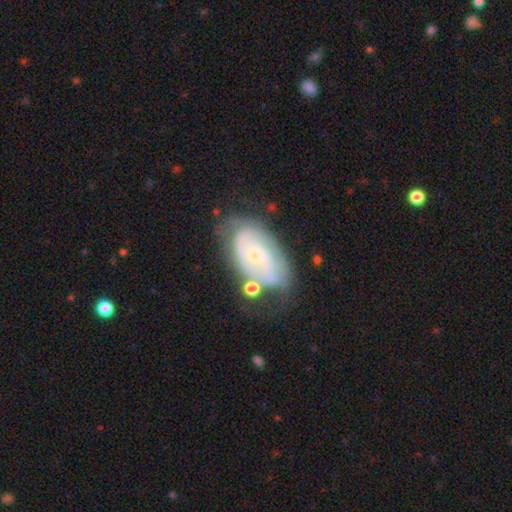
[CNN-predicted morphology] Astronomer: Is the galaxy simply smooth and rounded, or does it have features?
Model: featured or disk — 76%.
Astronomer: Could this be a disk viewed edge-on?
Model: no — 96%.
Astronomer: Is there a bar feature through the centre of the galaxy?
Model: no — 66%.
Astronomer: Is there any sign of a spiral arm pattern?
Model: yes — 87%.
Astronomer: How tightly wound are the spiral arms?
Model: tight — 58%.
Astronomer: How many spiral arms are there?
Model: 2 — 44% (runner-up: can't tell, 36%).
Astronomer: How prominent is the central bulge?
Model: small — 75%.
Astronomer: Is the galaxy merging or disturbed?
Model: none — 53%.